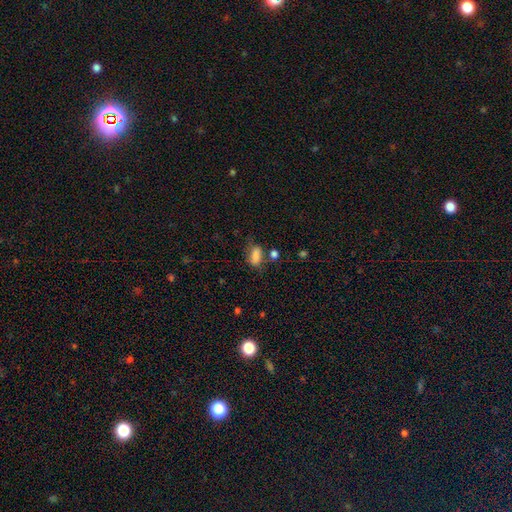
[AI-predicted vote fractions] Morphology: type=smooth (79%); roundness=in between (83%); merging=none (56%).